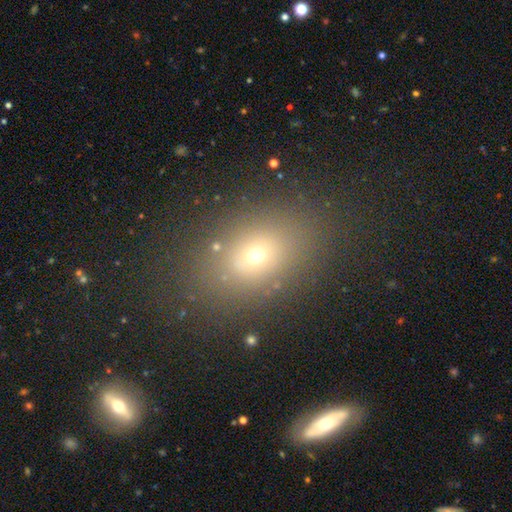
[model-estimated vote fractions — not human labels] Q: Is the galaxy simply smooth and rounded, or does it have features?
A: smooth — 63%.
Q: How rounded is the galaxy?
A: in between — 62%.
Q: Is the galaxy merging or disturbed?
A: none — 80%.